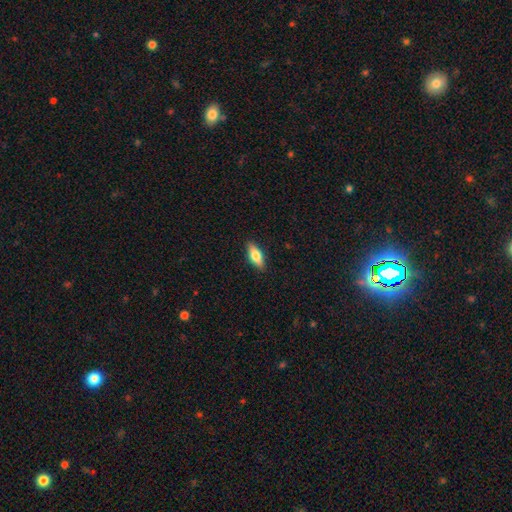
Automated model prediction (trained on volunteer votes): Smooth or featured? Predicted: smooth (p=0.72). How rounded? Predicted: in between (p=0.73). Merging? Predicted: none (p=0.89).